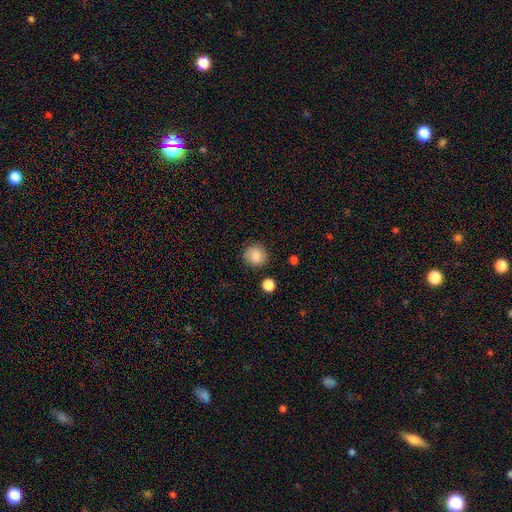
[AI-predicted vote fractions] smooth_or_featured: smooth (p=0.79) [alt: featured or disk p=0.12]
how_rounded: round (p=0.89) [alt: in between p=0.10]
merging: none (p=0.85) [alt: minor disturbance p=0.10]